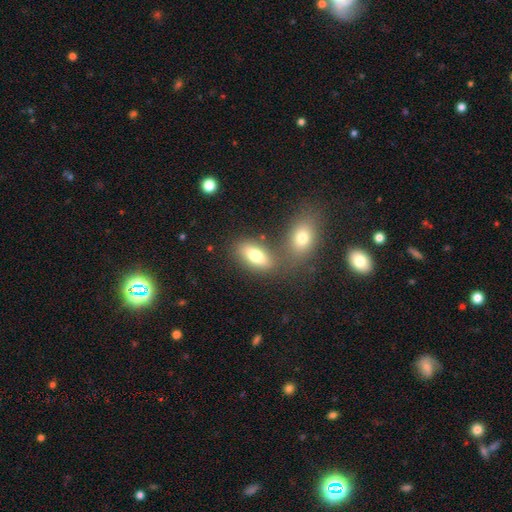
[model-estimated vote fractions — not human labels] Smooth or featured? Predicted: smooth (p=0.74). How rounded? Predicted: in between (p=0.84). Merging? Predicted: none (p=0.60).